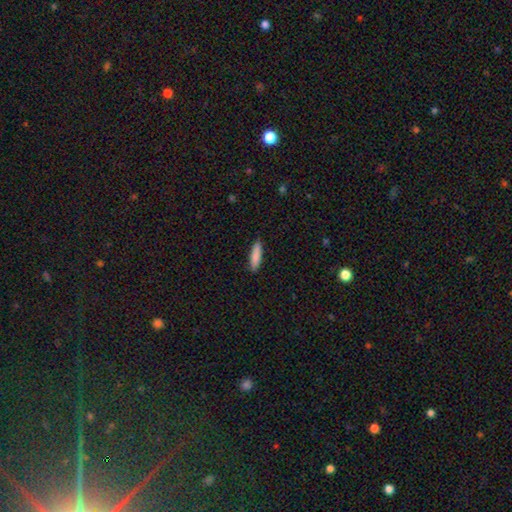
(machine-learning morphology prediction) type=smooth (86%); roundness=cigar-shaped (71%); merging=none (88%).